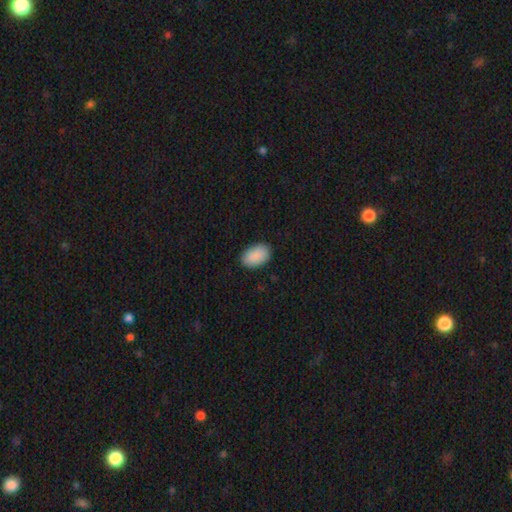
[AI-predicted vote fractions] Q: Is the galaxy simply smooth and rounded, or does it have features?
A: smooth — 91%.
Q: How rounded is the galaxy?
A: in between — 93%.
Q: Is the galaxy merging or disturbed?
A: none — 88%.